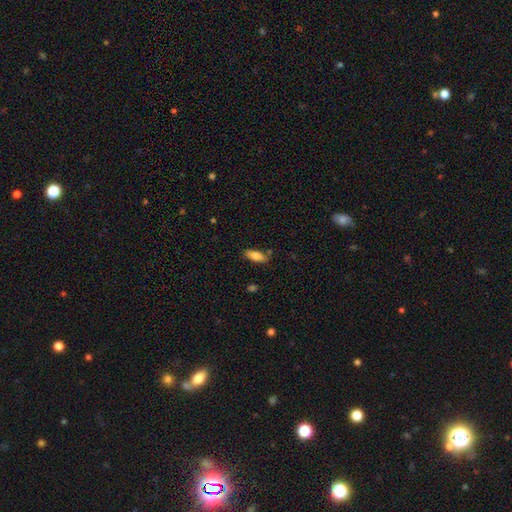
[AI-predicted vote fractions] Smooth or featured? smooth (79%)
How rounded? in between (72%)
Merging? none (78%)